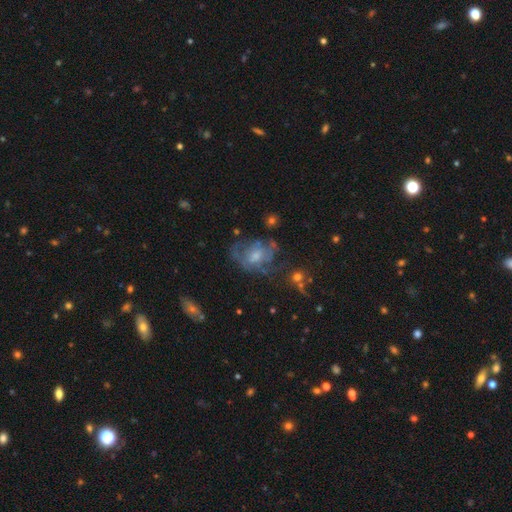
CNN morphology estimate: Smooth or featured?
  - featured or disk: 60% *
  - smooth: 28%
  - star or artifact: 12%
Edge-on disk?
  - no: 96% *
  - yes: 4%
Bar?
  - no: 68% *
  - weak: 27%
  - strong: 5%
Spiral arms?
  - yes: 53% *
  - no: 47%
Bulge size?
  - moderate: 46% *
  - small: 34%
  - none: 11%
  - large: 8%
  - dominant: 2%
Merging?
  - none: 43% *
  - major disturbance: 29%
  - minor disturbance: 23%
  - merger: 5%